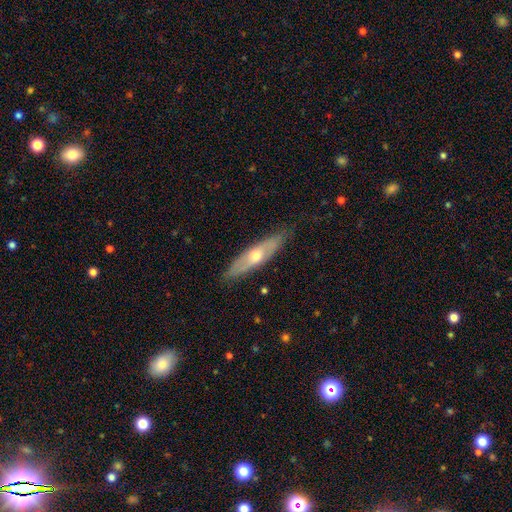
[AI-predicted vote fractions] A featured or disk galaxy (52%) viewed edge-on (64%).

Vote fractions:
- Smooth or featured? featured or disk: 52% / smooth: 42% / star or artifact: 6%
- Edge-on disk? yes: 64% / no: 36%
- Merging? none: 83% / minor disturbance: 14% / major disturbance: 2% / merger: 1%